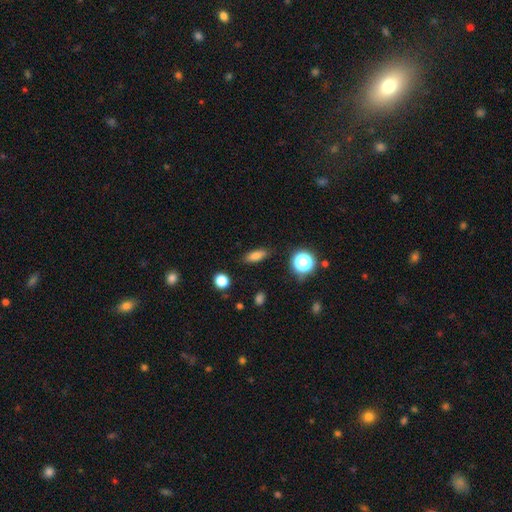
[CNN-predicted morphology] Q: Smooth or featured?
A: smooth (78%); runner-up: star or artifact (13%)
Q: How rounded?
A: in between (64%); runner-up: cigar-shaped (26%)
Q: Merging?
A: none (86%); runner-up: minor disturbance (9%)